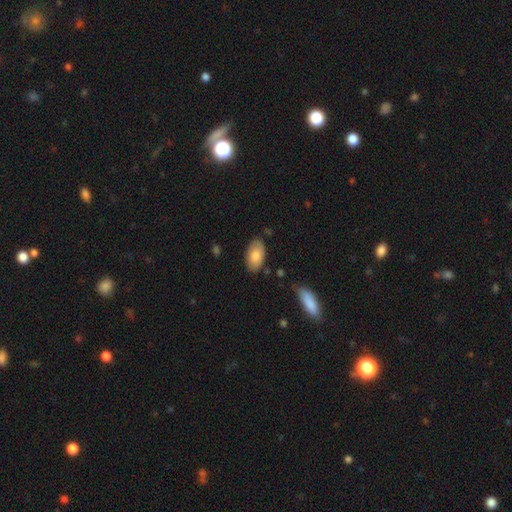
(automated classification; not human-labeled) Smooth or featured? Predicted: smooth (p=0.80). How rounded? Predicted: in between (p=0.95). Merging? Predicted: none (p=0.78).